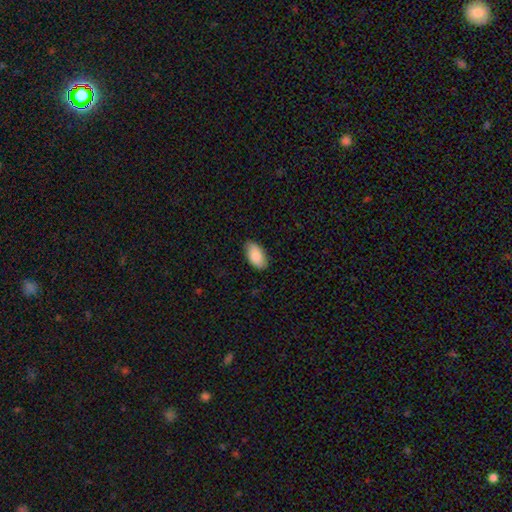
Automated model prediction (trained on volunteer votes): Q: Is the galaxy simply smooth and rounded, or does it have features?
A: smooth — 88%.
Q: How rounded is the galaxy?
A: in between — 95%.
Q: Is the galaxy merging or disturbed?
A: none — 86%.